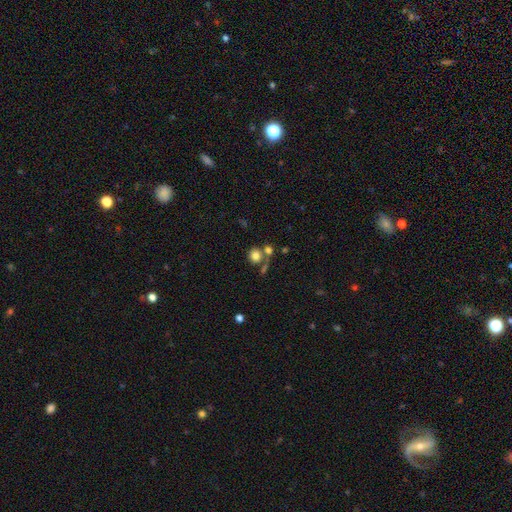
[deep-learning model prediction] A smooth galaxy with no disk features (78%) that is round (80%). Merging: none (54%).